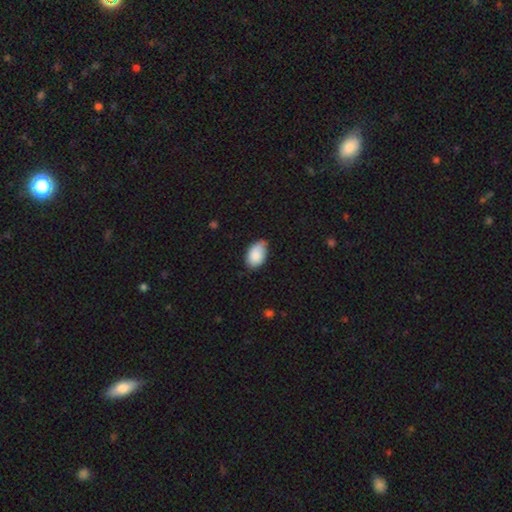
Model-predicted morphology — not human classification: smooth 85%, featured or disk 8%, star or artifact 7%. Down the decision tree: how rounded — in between (90%); merging — none (57%).